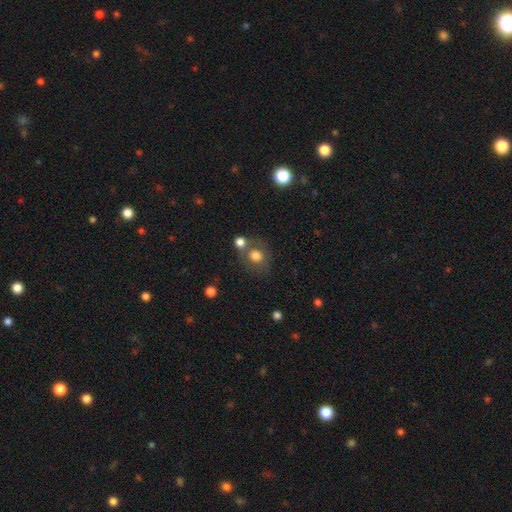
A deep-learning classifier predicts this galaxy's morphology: Smooth or featured: smooth — 73% (featured or disk — 16%)
How rounded: round — 74% (in between — 25%)
Merging: none — 58% (merger — 22%)